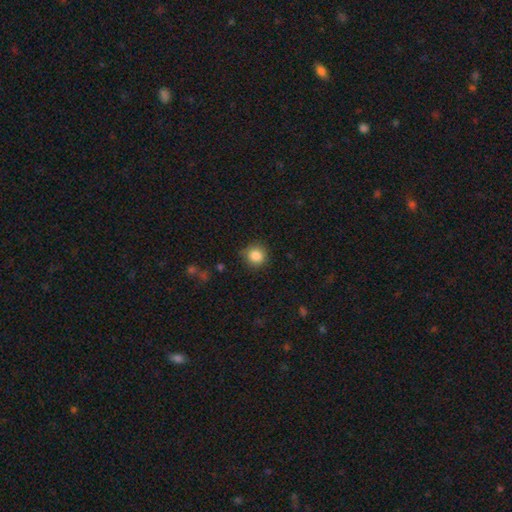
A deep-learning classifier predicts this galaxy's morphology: smooth_or_featured: smooth (p=0.85) [alt: star or artifact p=0.10]
how_rounded: round (p=0.93) [alt: in between p=0.06]
merging: none (p=0.83) [alt: minor disturbance p=0.13]